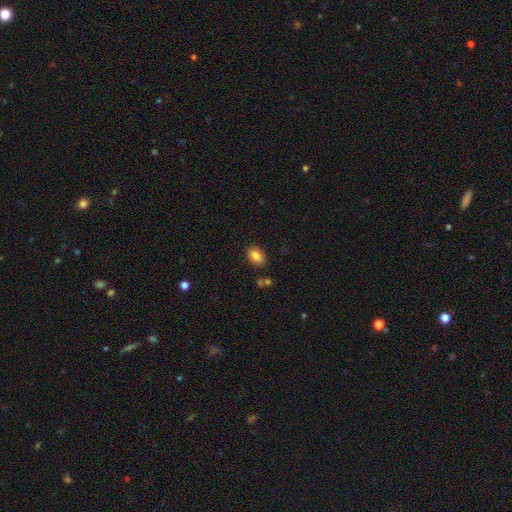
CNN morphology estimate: A smooth galaxy with no disk features (84%) that is in between round and cigar-shaped (85%).

Vote fractions:
- Smooth or featured? smooth: 84% / star or artifact: 8% / featured or disk: 7%
- How rounded? in between: 85% / round: 14% / cigar-shaped: 1%
- Merging? none: 83% / minor disturbance: 10% / merger: 4% / major disturbance: 3%